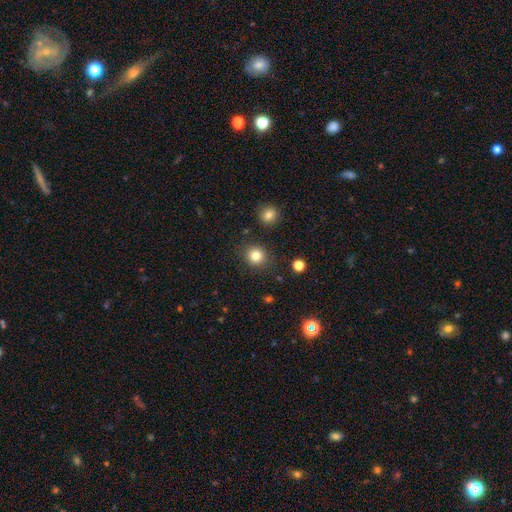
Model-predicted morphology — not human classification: A smooth galaxy with no disk features (82%) that is round (86%). Merging: none (87%).